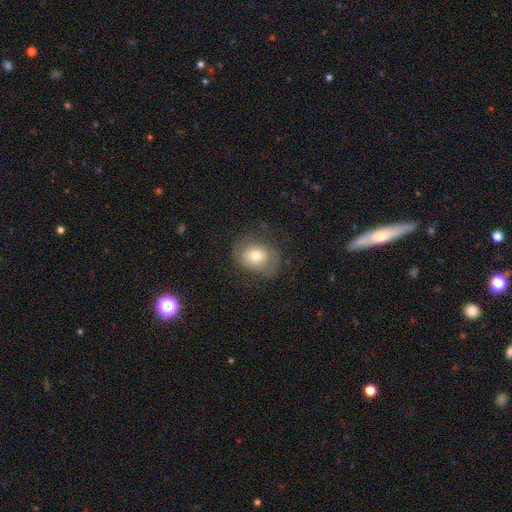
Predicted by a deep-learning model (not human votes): This is likely a smooth galaxy (67%). How rounded: possibly in between (50%). Merging: likely none (65%).